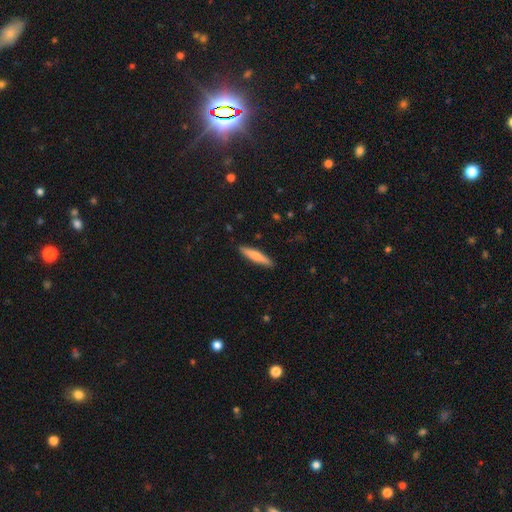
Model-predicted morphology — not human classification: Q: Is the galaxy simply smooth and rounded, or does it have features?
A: smooth — 74%.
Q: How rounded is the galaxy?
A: cigar-shaped — 88%.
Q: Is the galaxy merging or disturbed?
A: none — 89%.